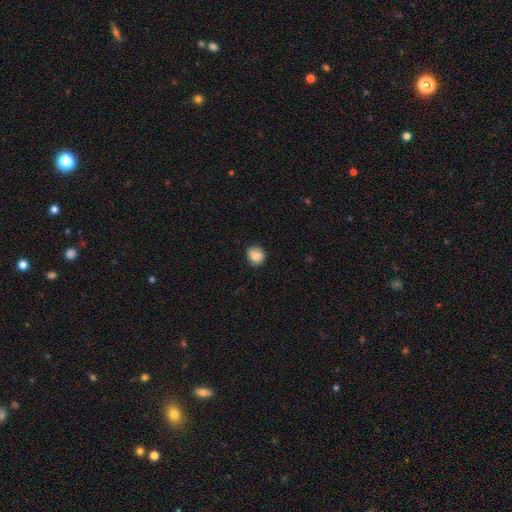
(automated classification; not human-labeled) A smooth galaxy with no disk features (83%) that is round (71%). Merging: none (76%).